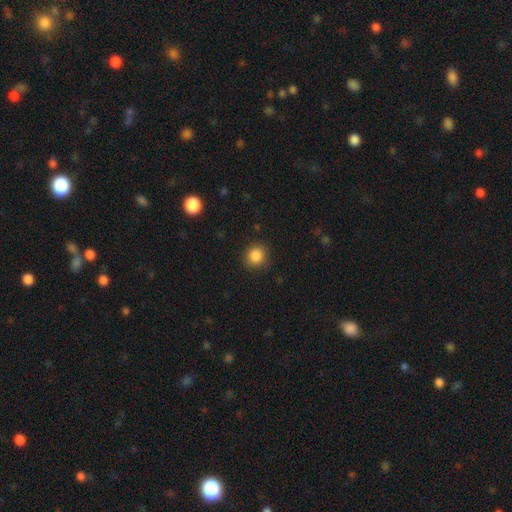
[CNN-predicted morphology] Smooth or featured? smooth (86%)
How rounded? round (87%)
Merging? none (88%)